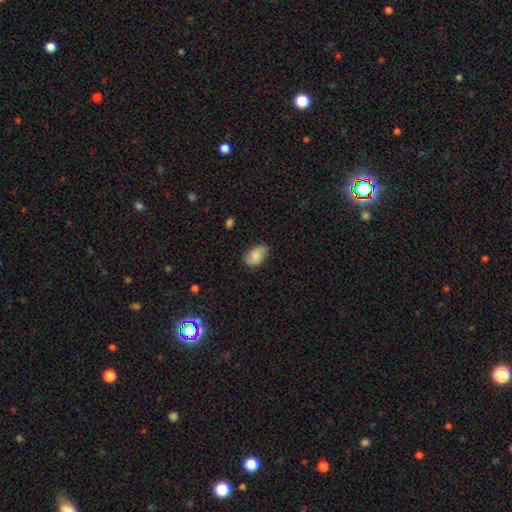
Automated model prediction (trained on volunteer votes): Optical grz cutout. It shows a smooth galaxy with no disk features (70%) that is in between round and cigar-shaped (89%). Merging: none (72%).